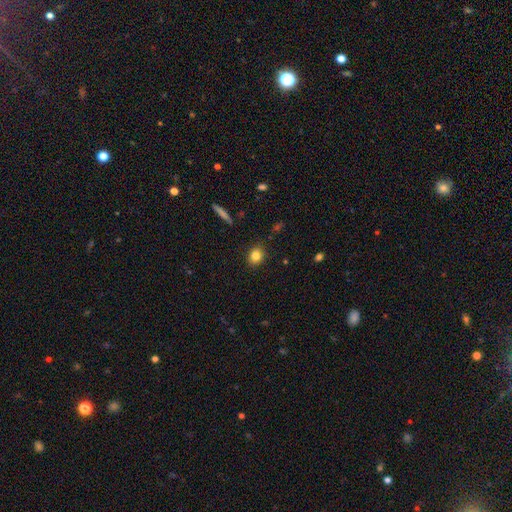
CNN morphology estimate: Smooth or featured? Predicted: smooth (p=0.82). How rounded? Predicted: round (p=0.60). Merging? Predicted: none (p=0.88).